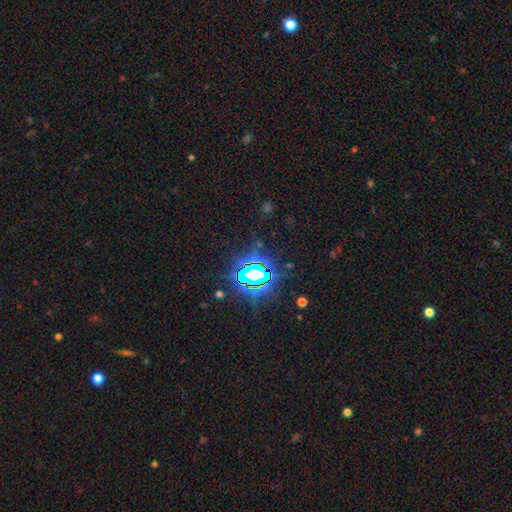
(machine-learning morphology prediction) smooth-or-featured: star or artifact: 84% | smooth: 10% | featured or disk: 6%